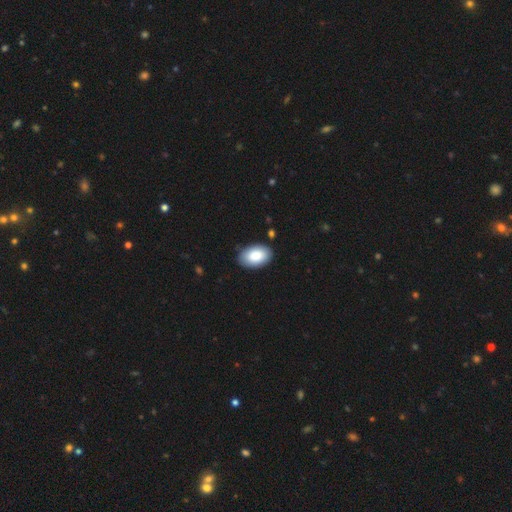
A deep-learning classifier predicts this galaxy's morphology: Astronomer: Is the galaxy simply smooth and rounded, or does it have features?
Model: smooth — 87%.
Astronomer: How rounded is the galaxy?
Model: in between — 94%.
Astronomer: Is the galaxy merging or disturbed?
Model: none — 86%.